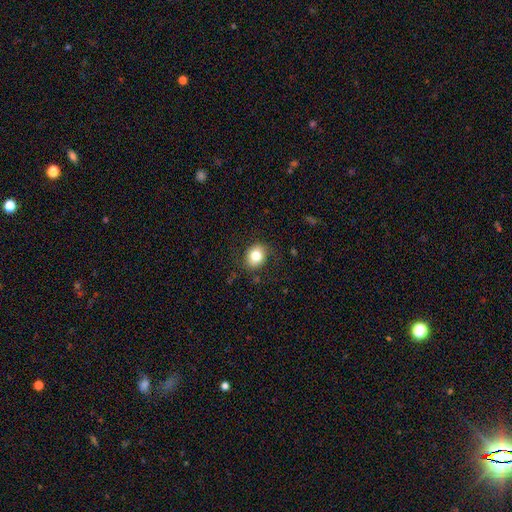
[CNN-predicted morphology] Smooth or featured? smooth (82%)
How rounded? round (52%)
Merging? none (82%)